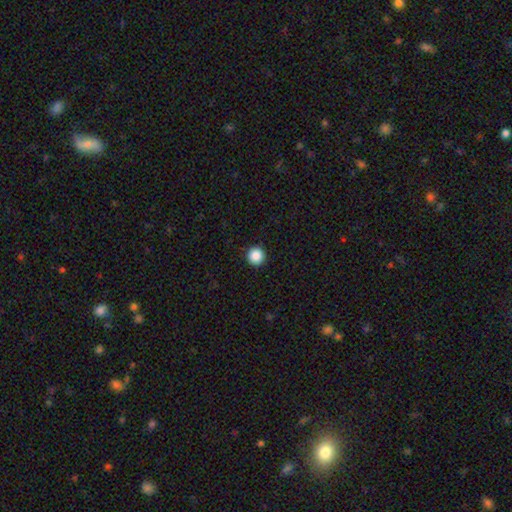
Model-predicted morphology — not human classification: smooth_or_featured: smooth (p=0.88) [alt: star or artifact p=0.09]
how_rounded: round (p=0.96) [alt: in between p=0.03]
merging: none (p=0.93) [alt: minor disturbance p=0.04]